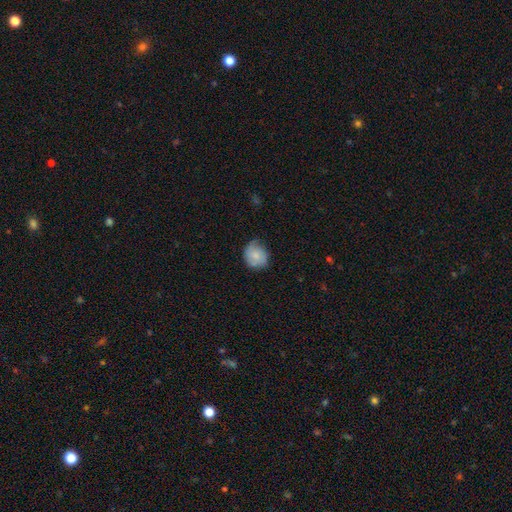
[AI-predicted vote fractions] A smooth galaxy with no disk features (70%) that is round (72%).

Vote fractions:
- Smooth or featured? smooth: 70% / featured or disk: 23% / star or artifact: 7%
- How rounded? round: 72% / in between: 27% / cigar-shaped: 1%
- Merging? none: 52% / minor disturbance: 35% / major disturbance: 12% / merger: 2%